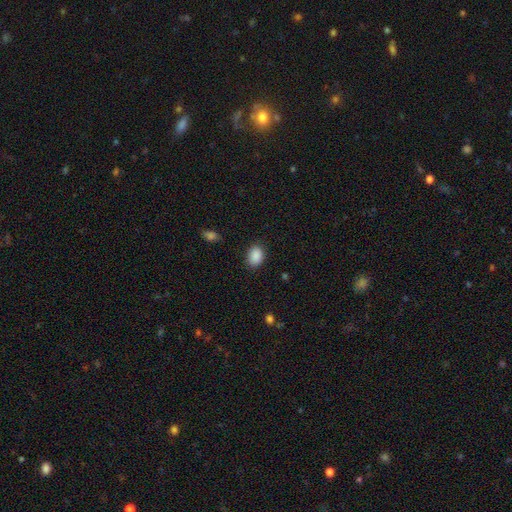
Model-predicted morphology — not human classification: smooth-or-featured: smooth: 89% | star or artifact: 8% | featured or disk: 3%
  how-rounded: in between: 76% | round: 23% | cigar-shaped: 1%
  merging: none: 85% | minor disturbance: 11% | major disturbance: 3% | merger: 1%